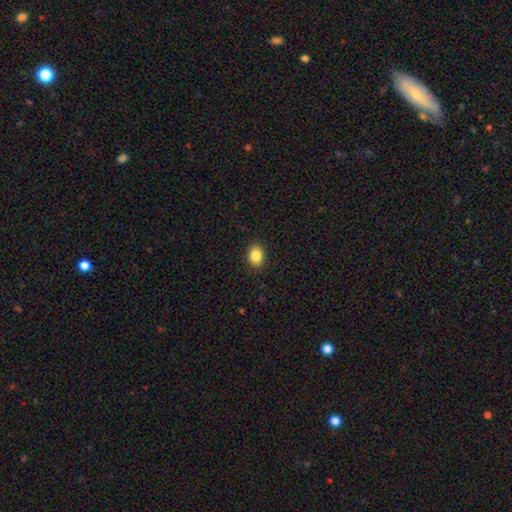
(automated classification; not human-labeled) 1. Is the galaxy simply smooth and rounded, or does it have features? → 86% smooth, 9% star or artifact, 5% featured or disk.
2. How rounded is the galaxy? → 60% in between, 39% round, 1% cigar-shaped.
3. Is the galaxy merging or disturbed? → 90% none, 7% minor disturbance, 2% major disturbance, 1% merger.